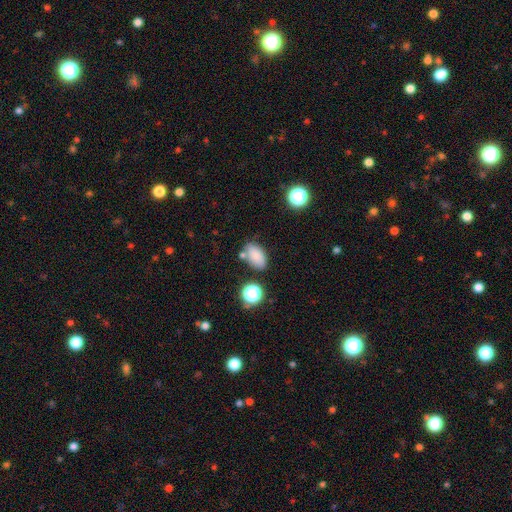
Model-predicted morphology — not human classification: A smooth galaxy with no disk features (81%) that is in between round and cigar-shaped (89%).

Vote fractions:
- Smooth or featured? smooth: 81% / star or artifact: 12% / featured or disk: 7%
- How rounded? in between: 89% / round: 9% / cigar-shaped: 2%
- Merging? none: 70% / minor disturbance: 17% / merger: 9% / major disturbance: 4%